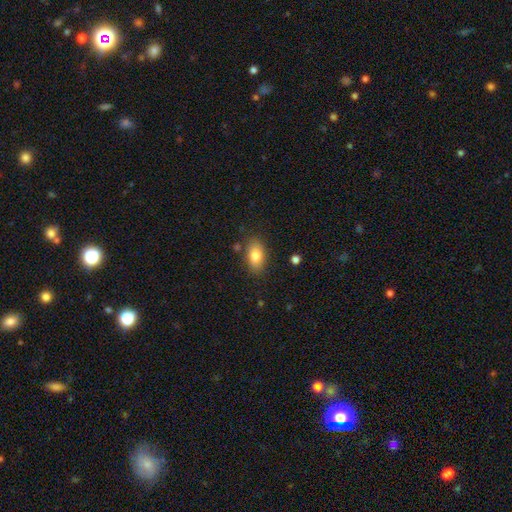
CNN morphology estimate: A smooth galaxy with no disk features (80%) that is in between round and cigar-shaped (89%).

Vote fractions:
- Smooth or featured? smooth: 80% / featured or disk: 12% / star or artifact: 8%
- How rounded? in between: 89% / round: 8% / cigar-shaped: 3%
- Merging? none: 82% / minor disturbance: 12% / merger: 3% / major disturbance: 3%